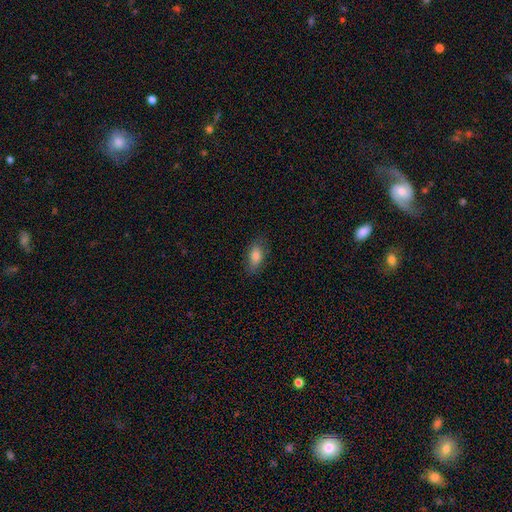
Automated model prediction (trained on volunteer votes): Smooth or featured?
  - smooth: 79% *
  - featured or disk: 13%
  - star or artifact: 8%
How rounded?
  - in between: 87% *
  - cigar-shaped: 8%
  - round: 5%
Merging?
  - none: 77% *
  - minor disturbance: 18%
  - major disturbance: 4%
  - merger: 1%